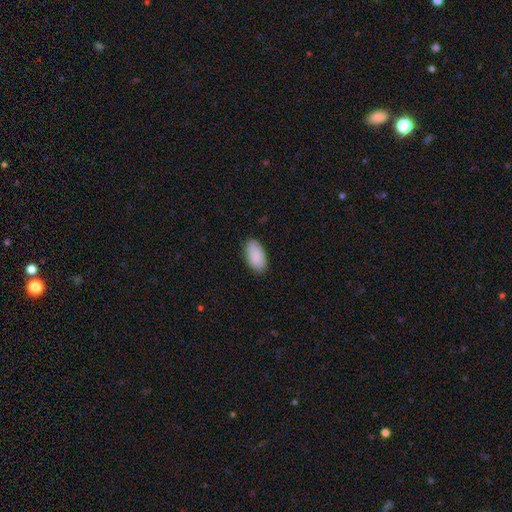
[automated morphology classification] smooth-or-featured: smooth: 89% | star or artifact: 6% | featured or disk: 5%
  how-rounded: in between: 95% | round: 2% | cigar-shaped: 2%
  merging: none: 86% | minor disturbance: 11% | major disturbance: 2% | merger: 1%